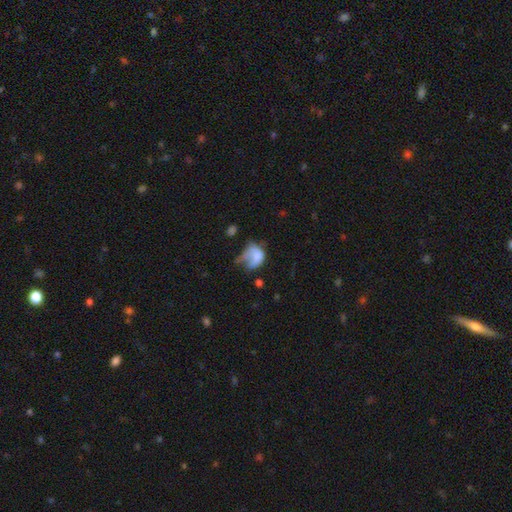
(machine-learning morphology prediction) smooth 62%, featured or disk 28%, star or artifact 10%. Down the decision tree: how rounded — in between (68%); merging — major disturbance (49%).